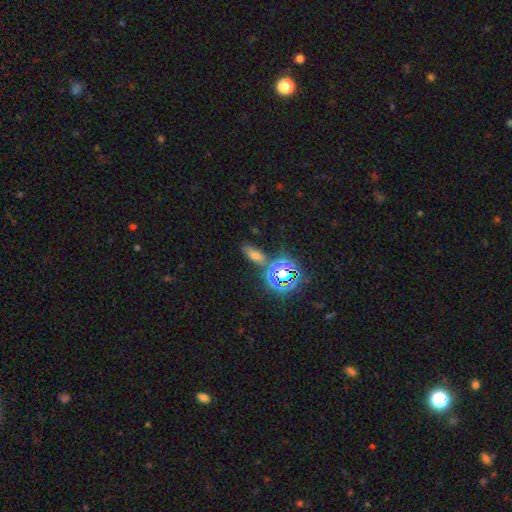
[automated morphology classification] Q: Smooth or featured?
A: smooth (51%); runner-up: star or artifact (37%)
Q: How rounded?
A: in between (69%); runner-up: cigar-shaped (20%)
Q: Merging?
A: none (73%); runner-up: minor disturbance (13%)